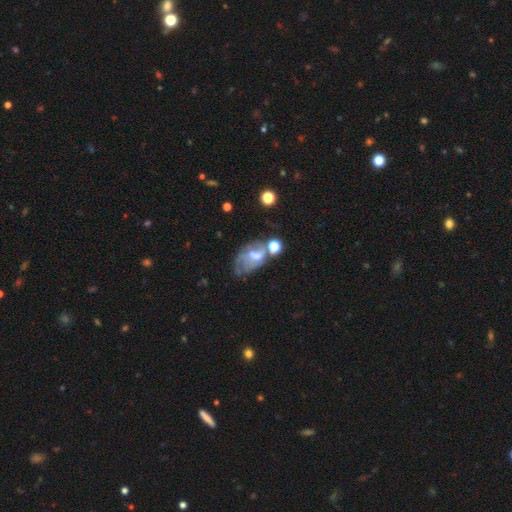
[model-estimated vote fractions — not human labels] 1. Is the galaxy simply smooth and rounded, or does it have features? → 53% featured or disk, 33% smooth, 14% star or artifact.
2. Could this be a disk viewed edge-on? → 95% no, 5% yes.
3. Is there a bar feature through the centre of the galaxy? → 53% no, 37% weak, 9% strong.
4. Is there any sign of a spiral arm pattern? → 54% yes, 46% no.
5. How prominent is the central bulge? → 41% small, 32% moderate, 21% none, 4% large, 1% dominant.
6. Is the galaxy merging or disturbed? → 32% none, 25% major disturbance, 23% minor disturbance, 20% merger.